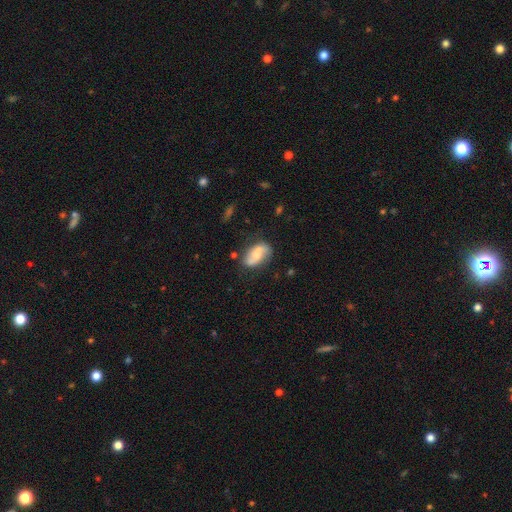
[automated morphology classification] Smooth or featured?
  - featured or disk: 50% *
  - smooth: 42%
  - star or artifact: 7%
Edge-on disk?
  - no: 95% *
  - yes: 5%
Merging?
  - none: 59% *
  - minor disturbance: 22%
  - merger: 12%
  - major disturbance: 7%